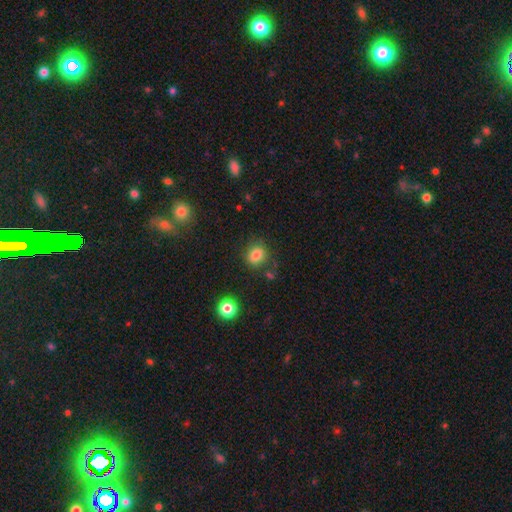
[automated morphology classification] A smooth galaxy with no disk features (82%) that is round (64%).

Vote fractions:
- Smooth or featured? smooth: 82% / star or artifact: 11% / featured or disk: 6%
- How rounded? round: 64% / in between: 35% / cigar-shaped: 1%
- Merging? none: 78% / minor disturbance: 14% / major disturbance: 4% / merger: 4%